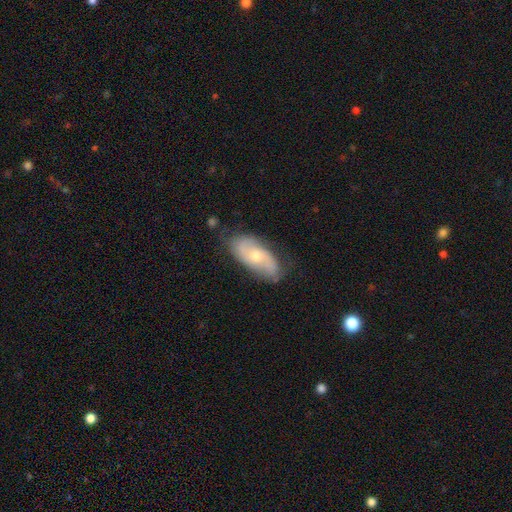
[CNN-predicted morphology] Smooth or featured?
  - featured or disk: 56% *
  - smooth: 37%
  - star or artifact: 7%
Edge-on disk?
  - no: 90% *
  - yes: 10%
Bar?
  - no: 70% *
  - weak: 25%
  - strong: 5%
Spiral arms?
  - yes: 79% *
  - no: 21%
Bulge size?
  - moderate: 51% *
  - small: 44%
  - large: 3%
  - none: 2%
  - dominant: 1%
Merging?
  - none: 70% *
  - minor disturbance: 23%
  - major disturbance: 6%
  - merger: 2%